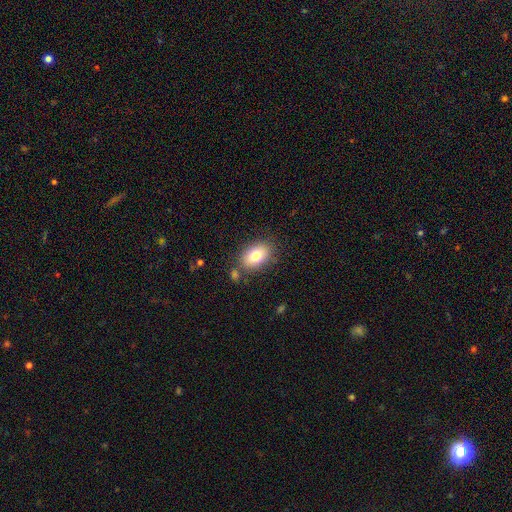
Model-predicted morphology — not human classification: A smooth galaxy with no disk features (78%) that is in between round and cigar-shaped (83%).

Vote fractions:
- Smooth or featured? smooth: 78% / featured or disk: 13% / star or artifact: 8%
- How rounded? in between: 83% / round: 16% / cigar-shaped: 1%
- Merging? none: 77% / minor disturbance: 13% / merger: 6% / major disturbance: 4%